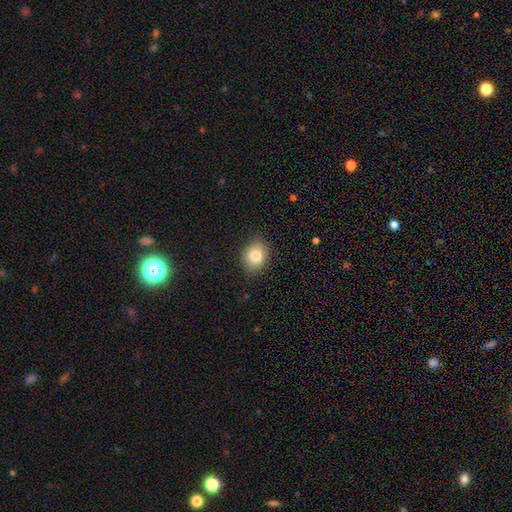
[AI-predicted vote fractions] smooth-or-featured: smooth: 82% | star or artifact: 9% | featured or disk: 9%
  how-rounded: round: 55% | in between: 44% | cigar-shaped: 1%
  merging: none: 85% | minor disturbance: 11% | major disturbance: 3% | merger: 1%